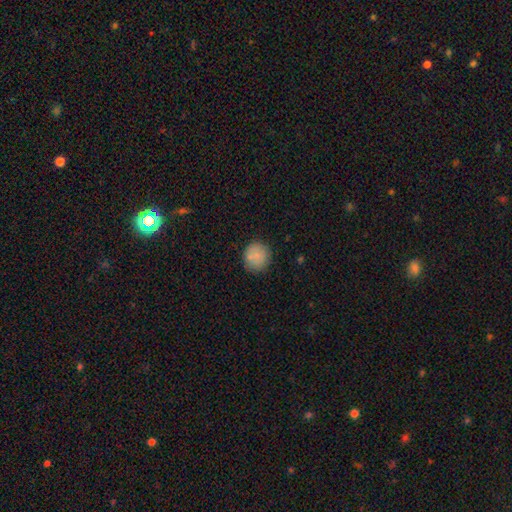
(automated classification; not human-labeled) Overall: smooth (82%). How rounded: round (90%). Merging: none (80%).